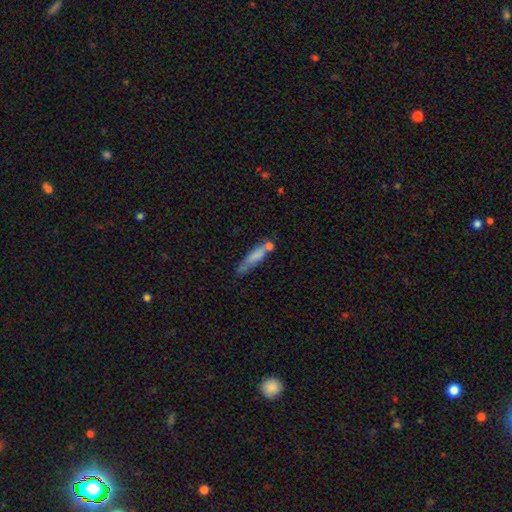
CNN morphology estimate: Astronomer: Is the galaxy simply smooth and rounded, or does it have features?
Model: smooth — 71%.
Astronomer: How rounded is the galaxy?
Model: cigar-shaped — 76%.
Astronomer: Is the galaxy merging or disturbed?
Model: none — 46% (runner-up: minor disturbance, 24%).